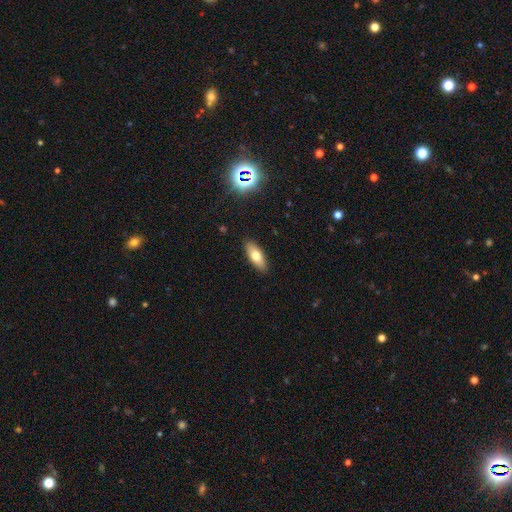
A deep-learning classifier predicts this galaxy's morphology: This is likely a smooth galaxy (70%). How rounded: likely in between (73%). Merging: clearly none (89%).